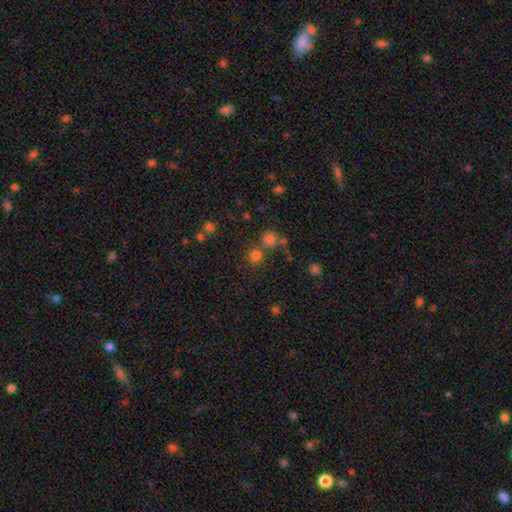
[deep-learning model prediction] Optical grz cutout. It shows a smooth galaxy with no disk features (73%) that is round (91%). Merging: none (70%).